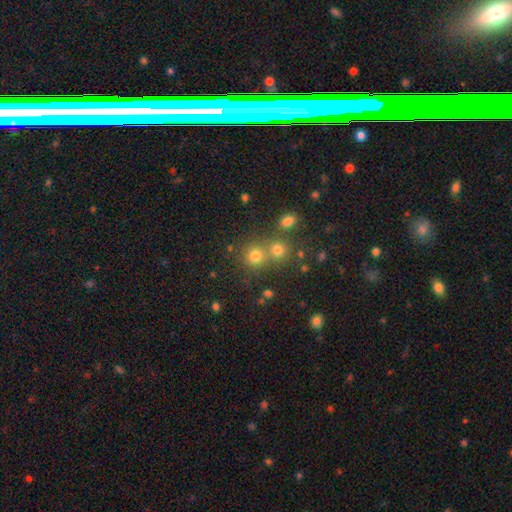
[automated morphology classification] smooth 73%, star or artifact 19%, featured or disk 8%. Down the decision tree: how rounded — round (88%); merging — none (59%).